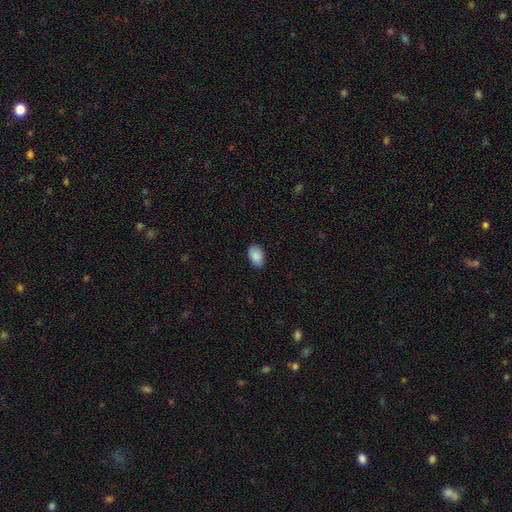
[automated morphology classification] This is clearly a smooth galaxy (88%). How rounded: clearly in between (91%). Merging: clearly none (85%).